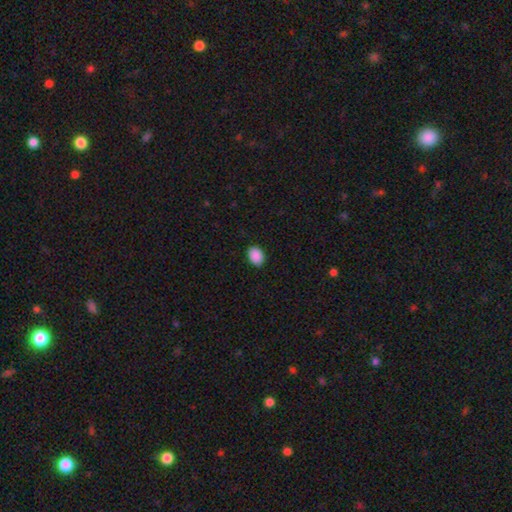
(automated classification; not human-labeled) Overall: smooth (90%). How rounded: in between (74%). Merging: none (90%).